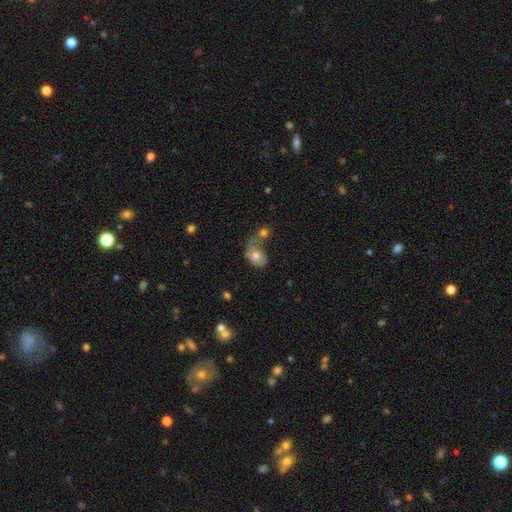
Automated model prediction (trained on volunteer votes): Overall: smooth (69%). How rounded: in between (61%; round 38%). Merging: merger (50%; none 21%).